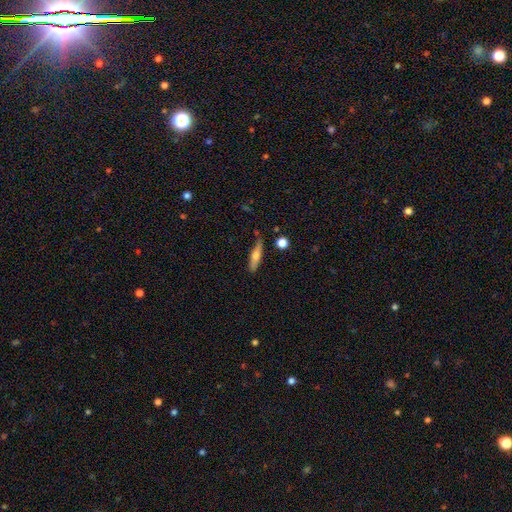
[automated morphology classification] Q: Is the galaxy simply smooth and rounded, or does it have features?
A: smooth — 57%.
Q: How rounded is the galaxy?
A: cigar-shaped — 76%.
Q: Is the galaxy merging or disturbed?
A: none — 75%.